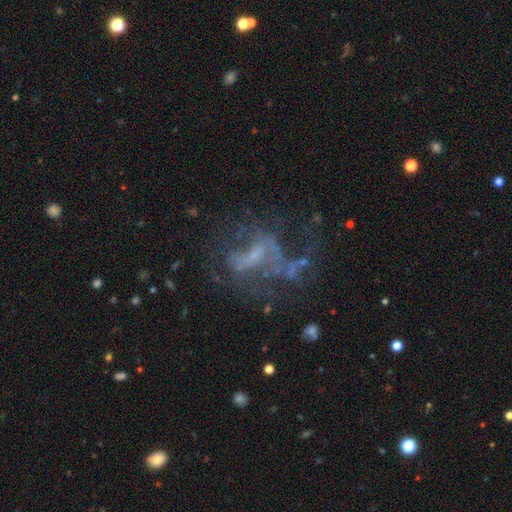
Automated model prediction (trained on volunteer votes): smooth_or_featured: featured or disk (p=0.63) [alt: star or artifact p=0.19]
disk_edge_on: no (p=0.96) [alt: yes p=0.04]
bar: no (p=0.52) [alt: weak p=0.34]
has_spiral_arms: no (p=0.65) [alt: yes p=0.35]
bulge_size: small (p=0.41) [alt: none p=0.40]
merging: major disturbance (p=0.38) [tied with: none p=0.38]